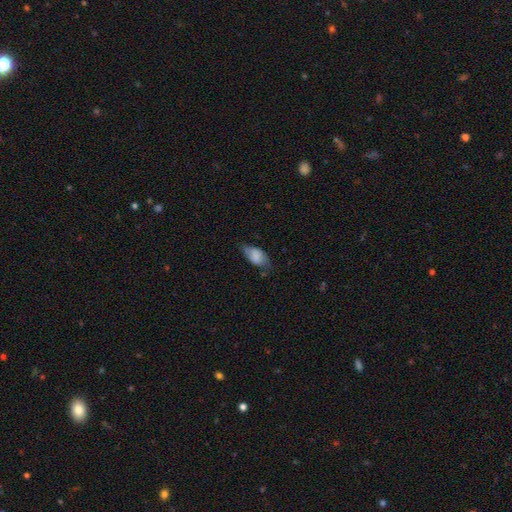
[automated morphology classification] smooth-or-featured: smooth: 75% | featured or disk: 18% | star or artifact: 8%
  how-rounded: in between: 90% | round: 5% | cigar-shaped: 5%
  merging: none: 55% | minor disturbance: 32% | major disturbance: 11% | merger: 2%